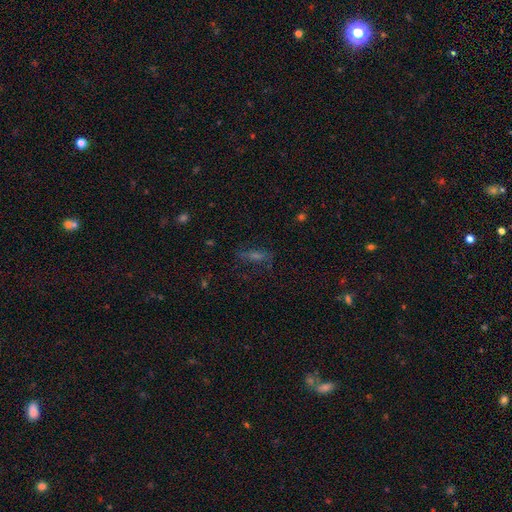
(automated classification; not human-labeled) smooth-or-featured: smooth: 38% | star or artifact: 32% | featured or disk: 29%
  merging: none: 67% | minor disturbance: 18% | major disturbance: 12% | merger: 3%